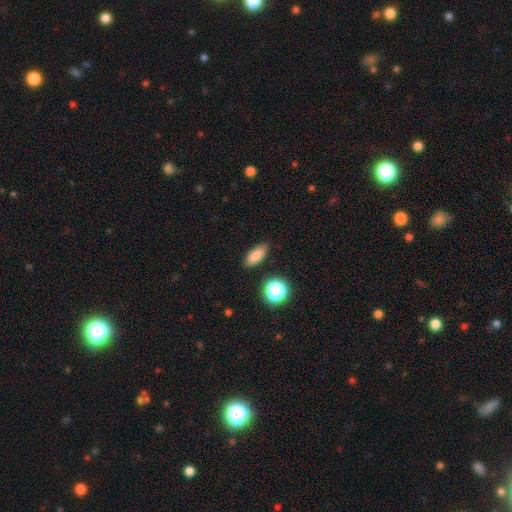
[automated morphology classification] smooth_or_featured: smooth (p=0.83) [alt: star or artifact p=0.11]
how_rounded: in between (p=0.78) [alt: cigar-shaped p=0.15]
merging: none (p=0.86) [alt: minor disturbance p=0.09]